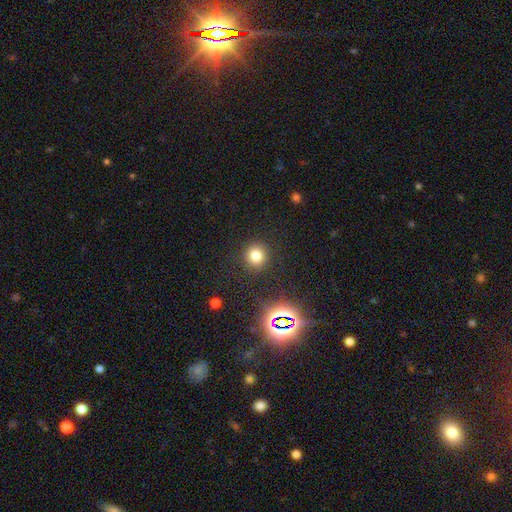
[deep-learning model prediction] Smooth or featured? Predicted: smooth (p=0.76). How rounded? Predicted: round (p=0.91). Merging? Predicted: none (p=0.89).